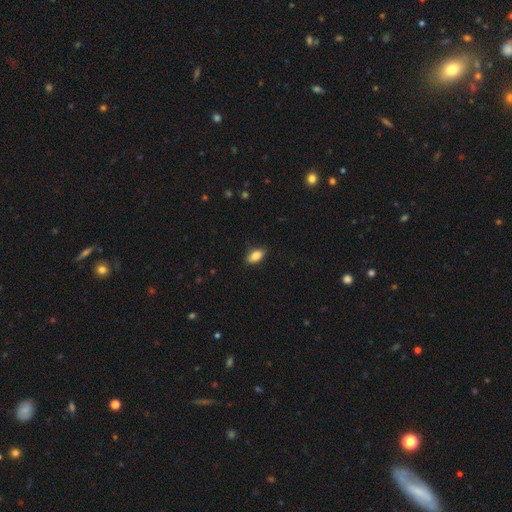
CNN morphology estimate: smooth_or_featured: smooth (p=0.84) [alt: featured or disk p=0.09]
how_rounded: in between (p=0.89) [alt: round p=0.06]
merging: none (p=0.84) [alt: minor disturbance p=0.13]